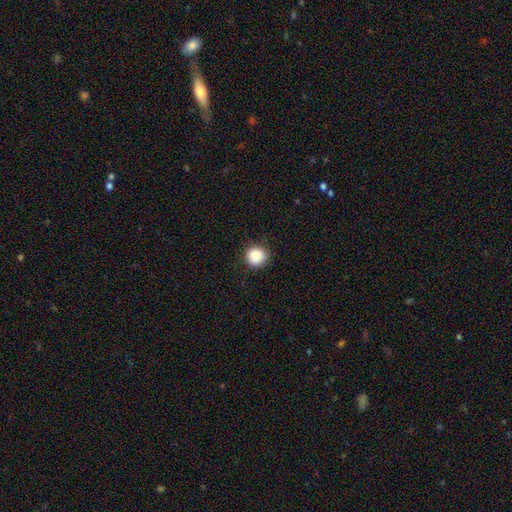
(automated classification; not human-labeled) This is clearly a smooth galaxy (88%). How rounded: clearly round (91%). Merging: clearly none (86%).